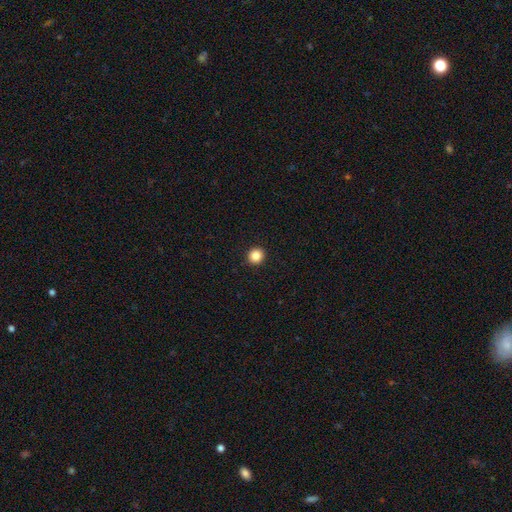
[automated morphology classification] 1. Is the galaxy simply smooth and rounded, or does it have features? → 86% smooth, 11% star or artifact, 4% featured or disk.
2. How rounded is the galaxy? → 93% round, 6% in between, 1% cigar-shaped.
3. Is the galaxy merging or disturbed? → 94% none, 4% minor disturbance, 1% major disturbance, 1% merger.